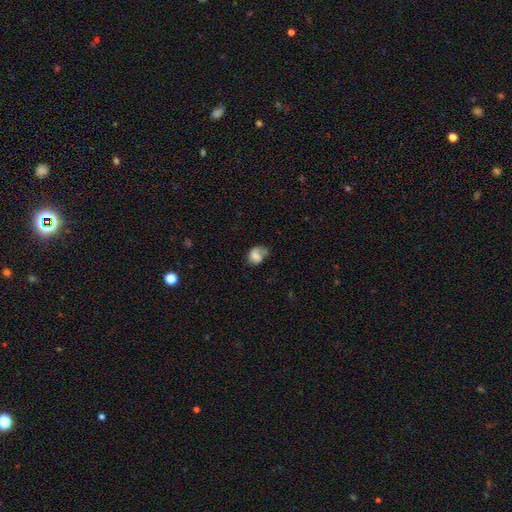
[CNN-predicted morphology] This is likely a smooth galaxy (63%). How rounded: possibly in between (58%). Merging: marginally none (34%).